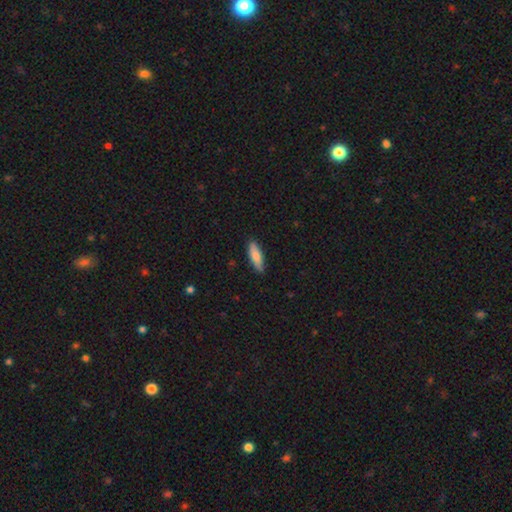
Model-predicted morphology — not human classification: Smooth or featured? smooth (80%)
How rounded? cigar-shaped (52%)
Merging? none (84%)